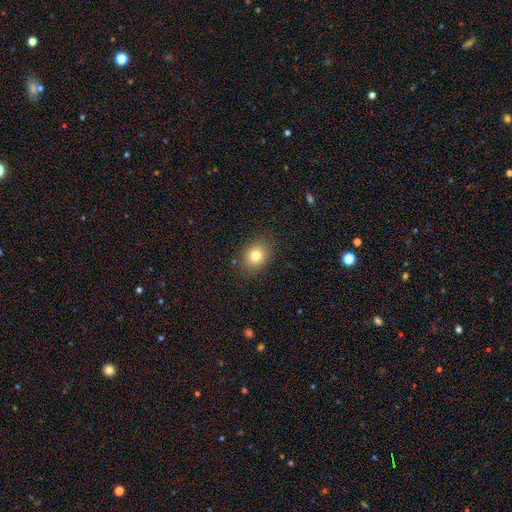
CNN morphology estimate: This appears to be a smooth galaxy with no disk features (79%) that is round (55%). Merging: none (86%).